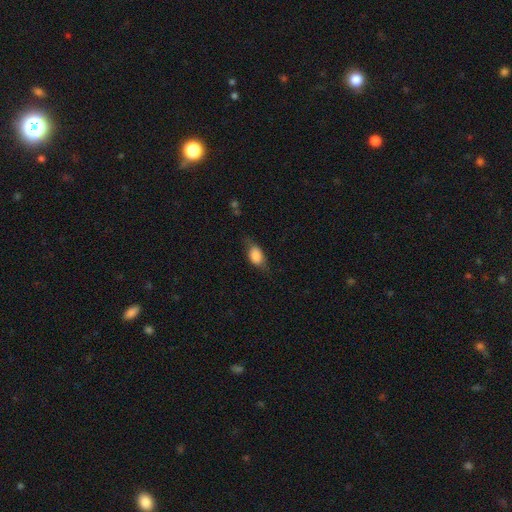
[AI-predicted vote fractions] smooth 78%, featured or disk 15%, star or artifact 8%. Down the decision tree: how rounded — in between (82%); merging — none (62%).